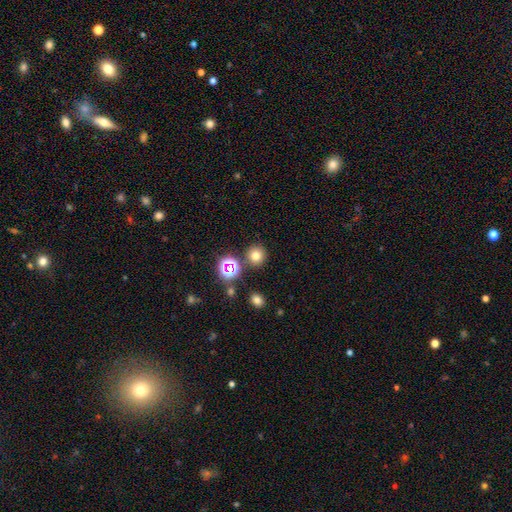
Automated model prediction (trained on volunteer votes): Overall: smooth (72%). How rounded: round (91%). Merging: none (84%).